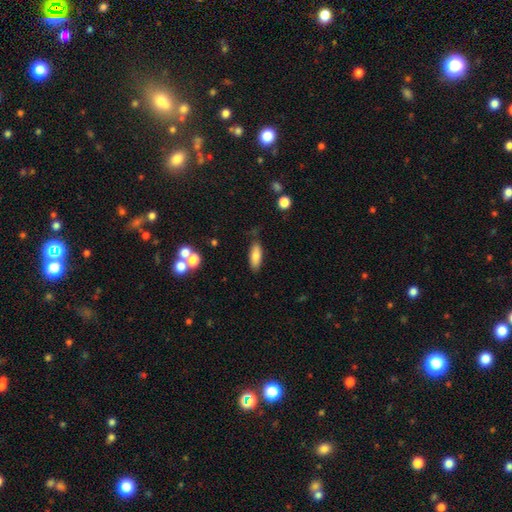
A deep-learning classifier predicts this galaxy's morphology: Overall: smooth (80%). How rounded: in between (70%). Merging: none (73%).